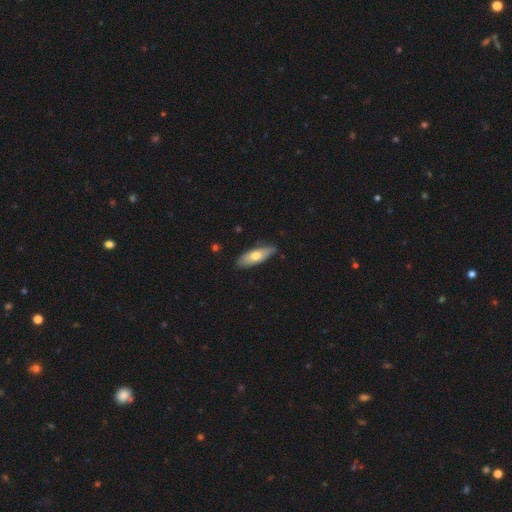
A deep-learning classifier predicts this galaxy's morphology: Q: Smooth or featured?
A: smooth (64%); runner-up: featured or disk (30%)
Q: How rounded?
A: in between (63%); runner-up: cigar-shaped (35%)
Q: Merging?
A: none (82%); runner-up: minor disturbance (15%)